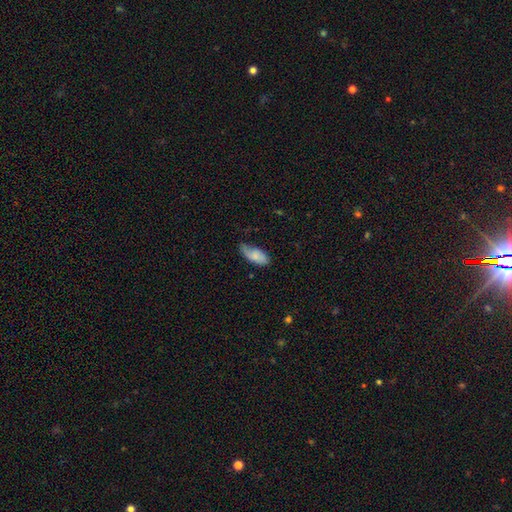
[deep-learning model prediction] Smooth or featured: smooth — 74% (featured or disk — 20%)
How rounded: in between — 90% (cigar-shaped — 8%)
Merging: none — 48% (minor disturbance — 39%)